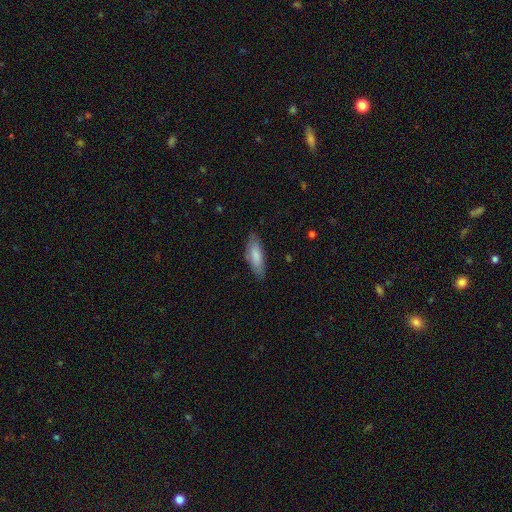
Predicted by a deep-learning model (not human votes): Smooth or featured: smooth — 82% (featured or disk — 13%)
How rounded: in between — 59% (cigar-shaped — 40%)
Merging: none — 79% (minor disturbance — 16%)